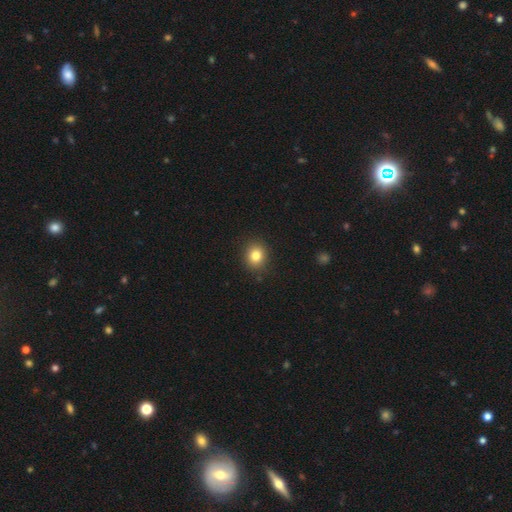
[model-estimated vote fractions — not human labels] This appears to be a smooth galaxy with no disk features (82%) that is round (75%). Merging: none (89%).